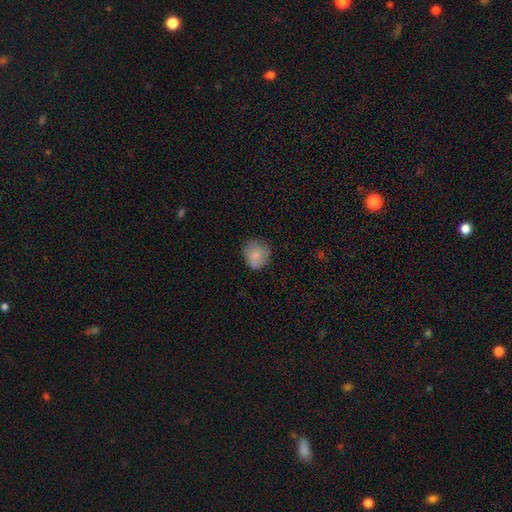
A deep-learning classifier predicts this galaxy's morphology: A smooth galaxy with no disk features (79%) that is round (83%).

Vote fractions:
- Smooth or featured? smooth: 79% / featured or disk: 13% / star or artifact: 8%
- How rounded? round: 83% / in between: 16% / cigar-shaped: 1%
- Merging? none: 73% / minor disturbance: 20% / major disturbance: 5% / merger: 2%